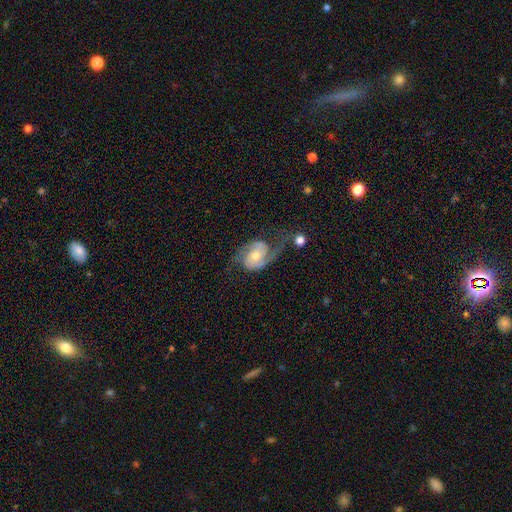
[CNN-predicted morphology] This is clearly a featured or disk galaxy (87%). It is clearly not viewed edge-on (97%). Bar: likely no (61%). Spiral arm pattern: clearly yes (97%). Spiral arm count: clearly 2 (90%). Spiral winding: possibly medium (50%). Central bulge: likely moderate (60%). Merging: likely none (60%).